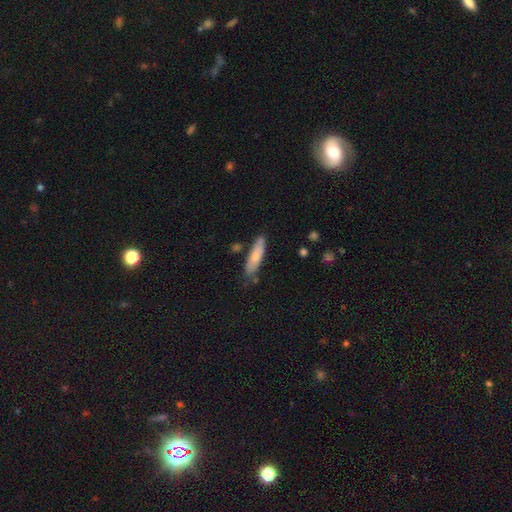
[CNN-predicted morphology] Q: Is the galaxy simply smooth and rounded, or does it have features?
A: smooth — 71%.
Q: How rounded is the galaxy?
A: cigar-shaped — 70%.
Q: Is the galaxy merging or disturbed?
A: none — 74%.